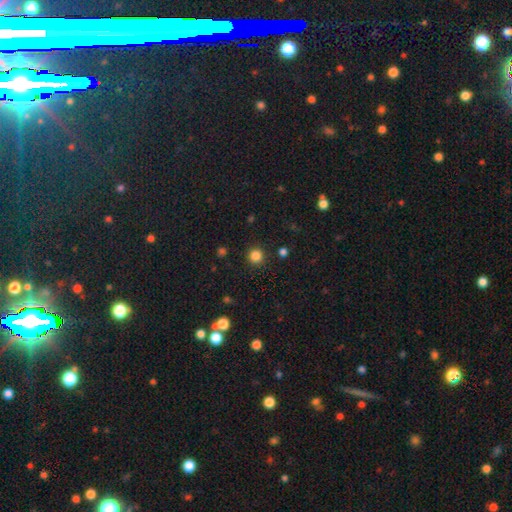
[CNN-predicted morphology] The model was most divided on "smooth or featured": smooth: 83%, star or artifact: 14%, featured or disk: 3%. More confident: how rounded — round (94%); merging — none (90%).